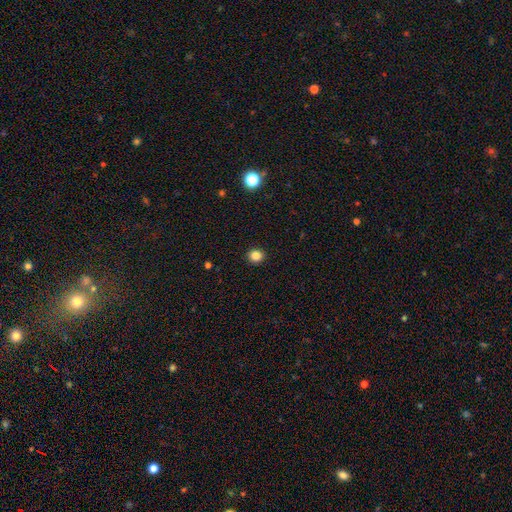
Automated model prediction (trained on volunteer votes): A smooth galaxy with no disk features (84%) that is round (86%). Merging: none (92%).